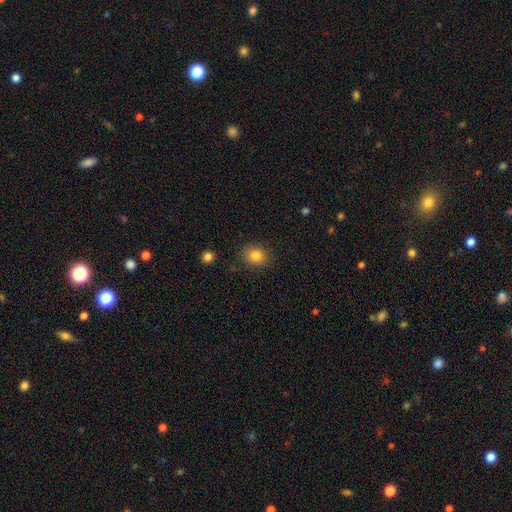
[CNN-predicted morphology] smooth 83%, star or artifact 11%, featured or disk 6%. Down the decision tree: how rounded — round (64%); merging — none (87%).